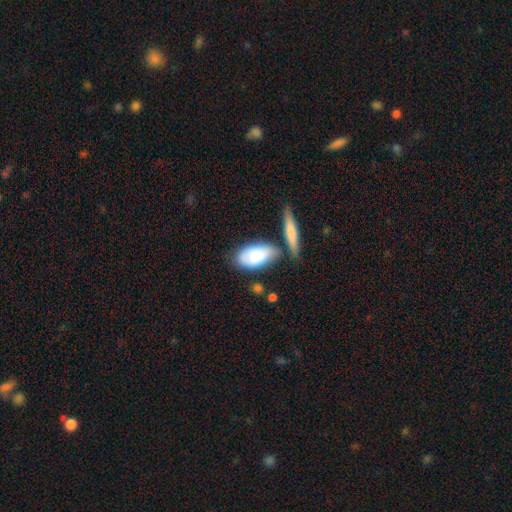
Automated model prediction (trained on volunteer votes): Smooth or featured? smooth (81%)
How rounded? in between (90%)
Merging? none (55%)